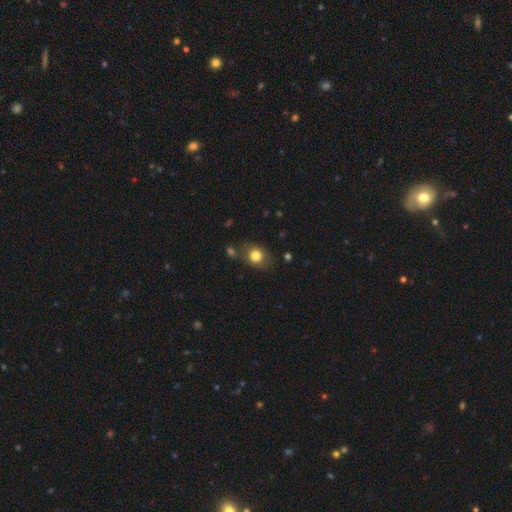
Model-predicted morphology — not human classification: Smooth or featured: smooth — 81% (star or artifact — 10%)
How rounded: round — 58% (in between — 41%)
Merging: none — 74% (minor disturbance — 15%)